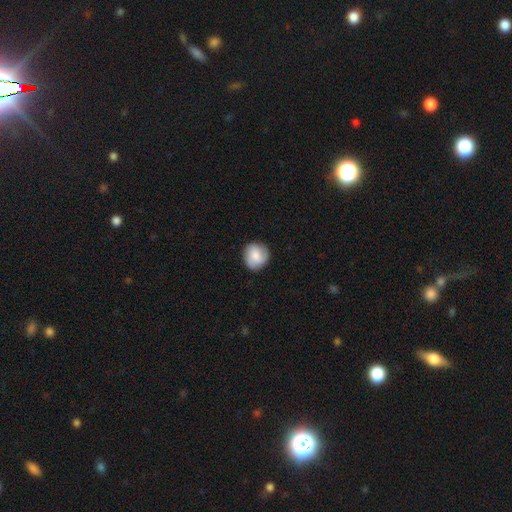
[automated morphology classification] type=smooth (71%); roundness=round (87%); merging=none (83%).